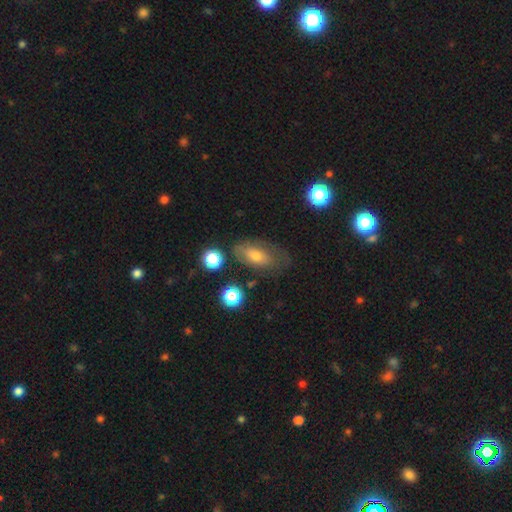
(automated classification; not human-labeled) Smooth or featured? smooth (58%)
How rounded? in between (87%)
Merging? none (58%)